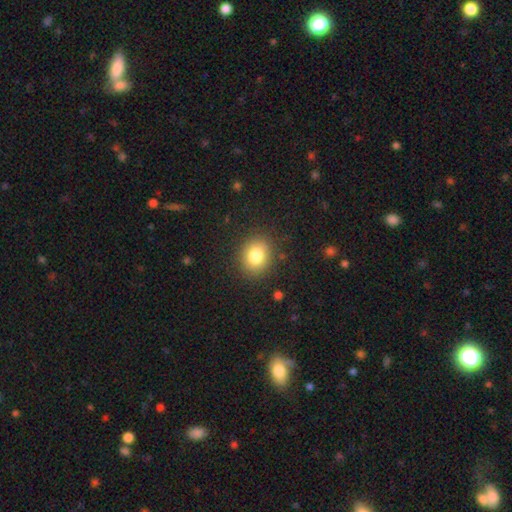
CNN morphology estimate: Smooth or featured? Predicted: smooth (p=0.81). How rounded? Predicted: round (p=0.62). Merging? Predicted: none (p=0.87).